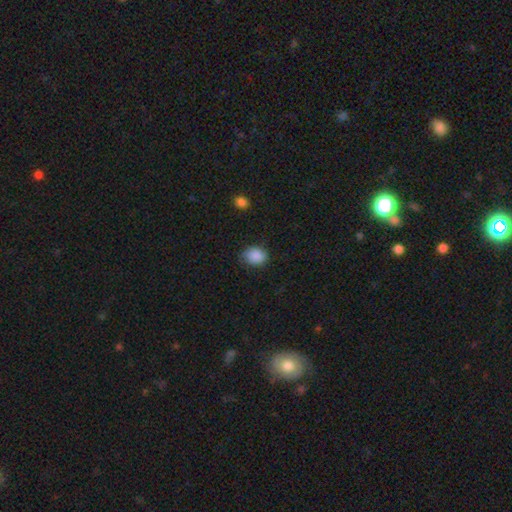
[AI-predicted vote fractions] A smooth galaxy with no disk features (88%) that is in between round and cigar-shaped (51%).

Vote fractions:
- Smooth or featured? smooth: 88% / star or artifact: 8% / featured or disk: 4%
- How rounded? in between: 51% / round: 49% / cigar-shaped: 1%
- Merging? none: 72% / minor disturbance: 22% / major disturbance: 4% / merger: 1%